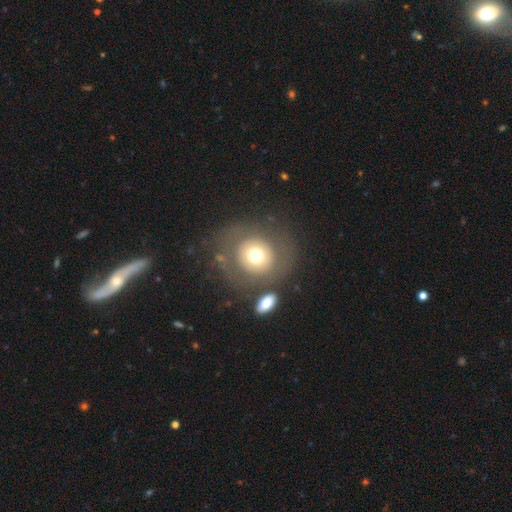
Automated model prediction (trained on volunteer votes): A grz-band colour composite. It shows a smooth galaxy with no disk features (64%) that is round (82%). Merging: none (71%).